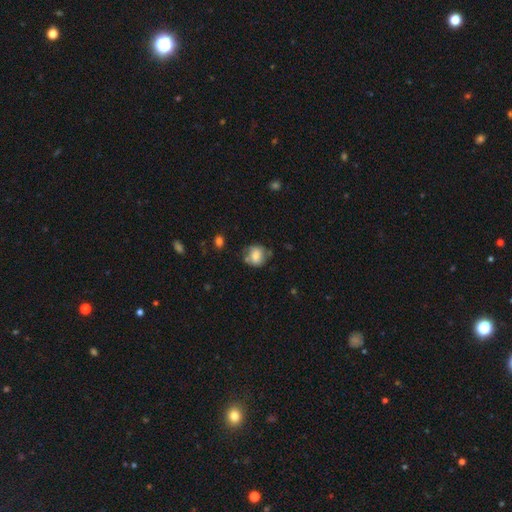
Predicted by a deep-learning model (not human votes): A smooth galaxy with no disk features (71%) that is round (77%).

Vote fractions:
- Smooth or featured? smooth: 71% / featured or disk: 20% / star or artifact: 9%
- How rounded? round: 77% / in between: 22% / cigar-shaped: 1%
- Merging? none: 65% / minor disturbance: 21% / merger: 7% / major disturbance: 6%